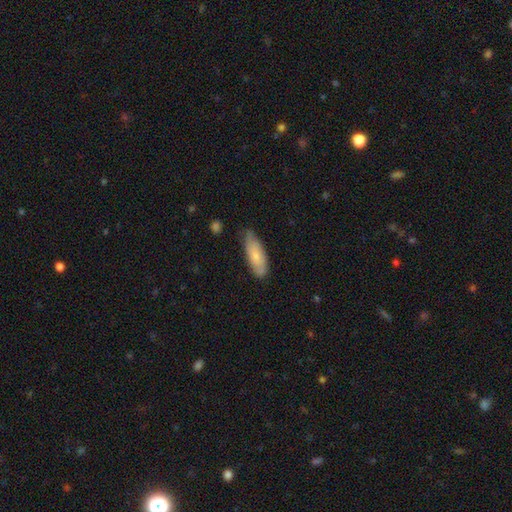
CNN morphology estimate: Q: Smooth or featured?
A: smooth (71%); runner-up: featured or disk (23%)
Q: How rounded?
A: in between (67%); runner-up: cigar-shaped (31%)
Q: Merging?
A: none (65%); runner-up: minor disturbance (29%)